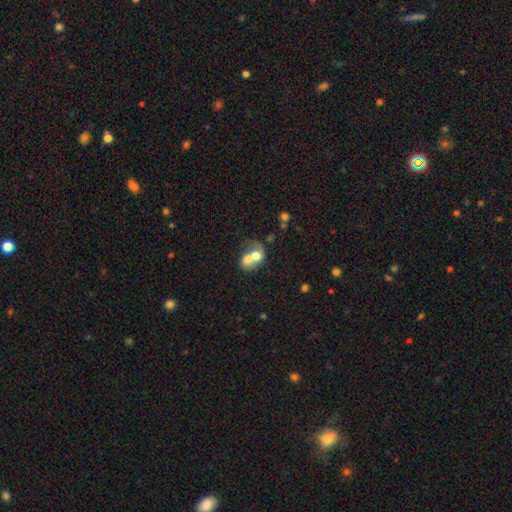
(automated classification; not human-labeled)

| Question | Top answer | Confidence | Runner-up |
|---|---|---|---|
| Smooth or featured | smooth | 58% | featured or disk (34%) |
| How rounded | in between | 51% | round (48%) |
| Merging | merger | 81% | none (9%) |